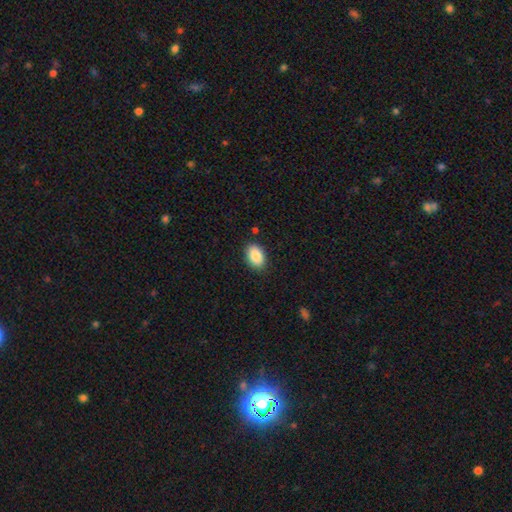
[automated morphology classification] Smooth or featured: smooth — 88% (star or artifact — 7%)
How rounded: in between — 88% (round — 11%)
Merging: none — 87% (minor disturbance — 10%)